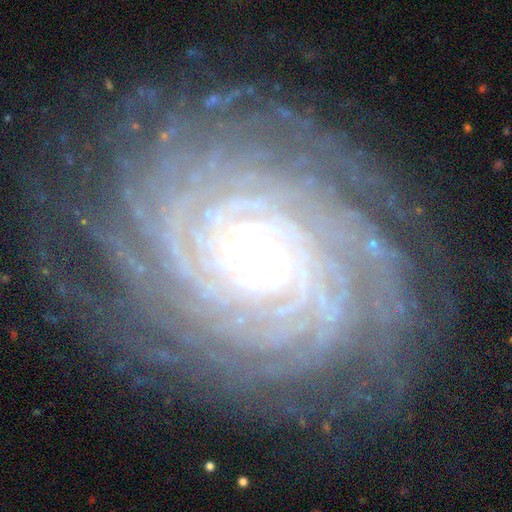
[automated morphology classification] Overall: featured or disk (90%). Edge-on disk: no (97%). Bar: no (73%). Spiral arms: yes (99%). Spiral arm count: more than 4 (41%; can't tell 16%). Spiral winding: tight (89%). Bulge size: small (85%). Merging: none (80%).